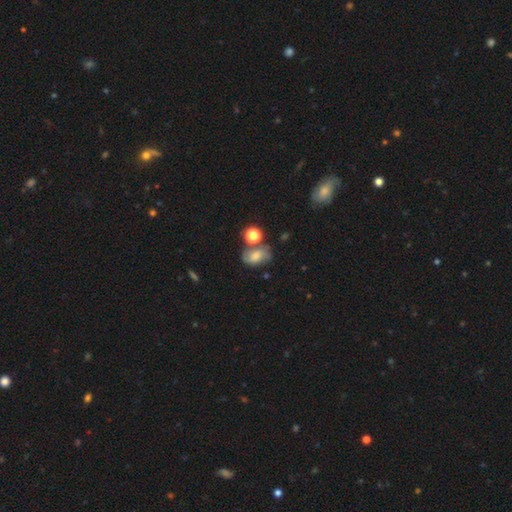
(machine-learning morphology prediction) This appears to be a smooth galaxy with no disk features (54%) that is in between round and cigar-shaped (72%). Merging: none (49%).